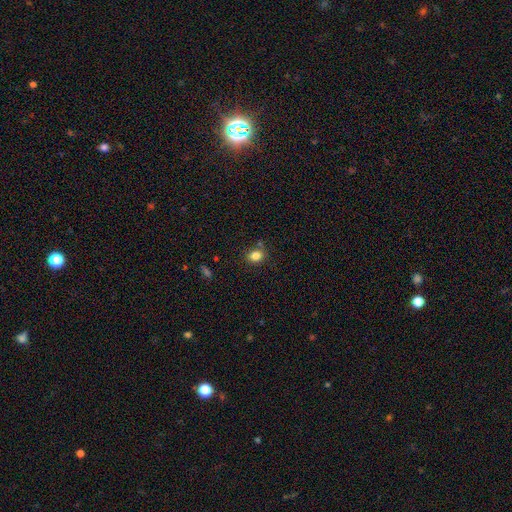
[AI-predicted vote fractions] Overall: smooth (83%). How rounded: in between (53%; round 46%). Merging: none (76%).